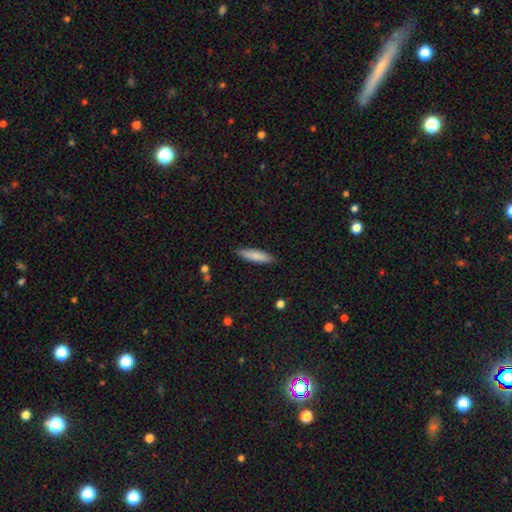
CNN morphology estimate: Smooth or featured?
  - smooth: 81% *
  - featured or disk: 13%
  - star or artifact: 6%
How rounded?
  - cigar-shaped: 70% *
  - in between: 28%
  - round: 1%
Merging?
  - none: 88% *
  - minor disturbance: 9%
  - major disturbance: 2%
  - merger: 1%